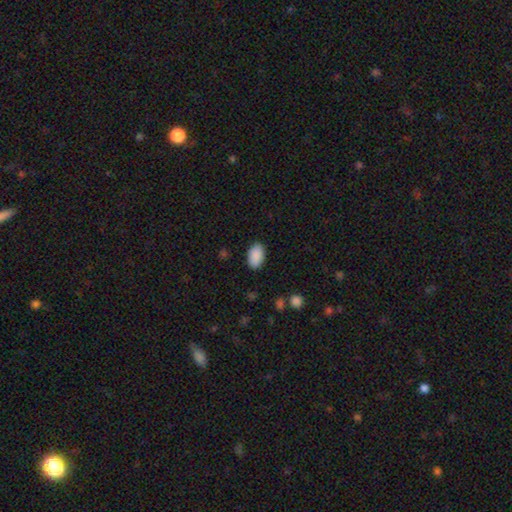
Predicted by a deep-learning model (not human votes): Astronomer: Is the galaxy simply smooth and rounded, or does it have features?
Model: smooth — 91%.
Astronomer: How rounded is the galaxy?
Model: in between — 93%.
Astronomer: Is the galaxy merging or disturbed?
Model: none — 88%.